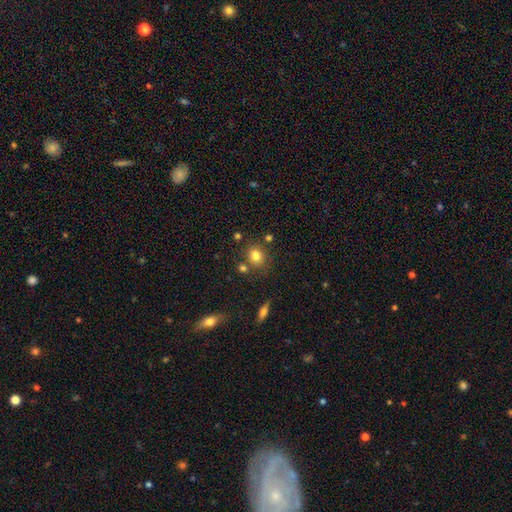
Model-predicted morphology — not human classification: Smooth or featured?
  - smooth: 78% *
  - star or artifact: 12%
  - featured or disk: 9%
How rounded?
  - round: 69% *
  - in between: 30%
  - cigar-shaped: 1%
Merging?
  - none: 73% *
  - minor disturbance: 12%
  - merger: 11%
  - major disturbance: 4%